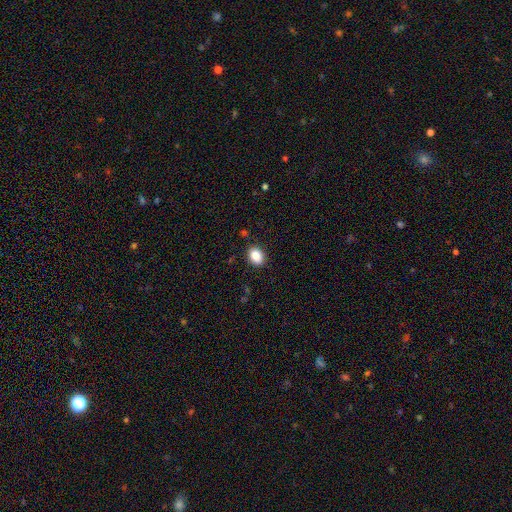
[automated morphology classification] This appears to be a smooth galaxy with no disk features (88%) that is in between round and cigar-shaped (72%). Merging: none (87%).